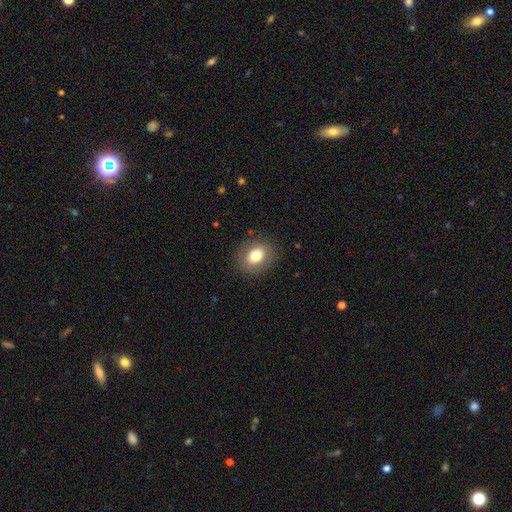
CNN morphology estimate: smooth_or_featured: smooth (p=0.77) [alt: featured or disk p=0.14]
how_rounded: round (p=0.50) [alt: in between p=0.49]
merging: none (p=0.86) [alt: minor disturbance p=0.10]